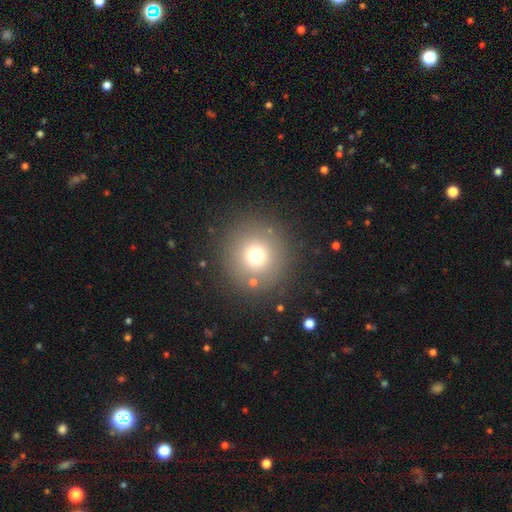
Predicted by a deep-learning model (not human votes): This appears to be a smooth galaxy with no disk features (71%) that is round (96%). Merging: none (86%).